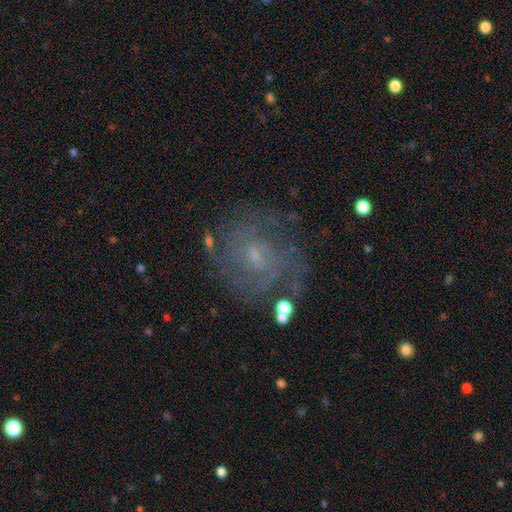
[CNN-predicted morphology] A featured or disk galaxy (74%) with a weak bar (47%), tight (52%) spiral arms (89%) and a small central bulge (67%). Merging: none (73%).